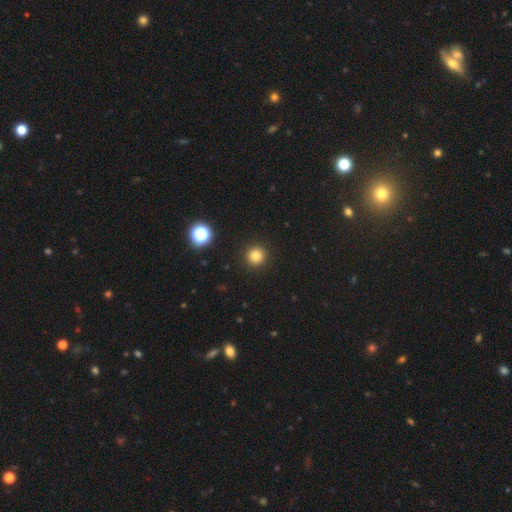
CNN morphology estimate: Q: Smooth or featured?
A: smooth (81%); runner-up: star or artifact (14%)
Q: How rounded?
A: round (95%); runner-up: in between (4%)
Q: Merging?
A: none (93%); runner-up: minor disturbance (4%)